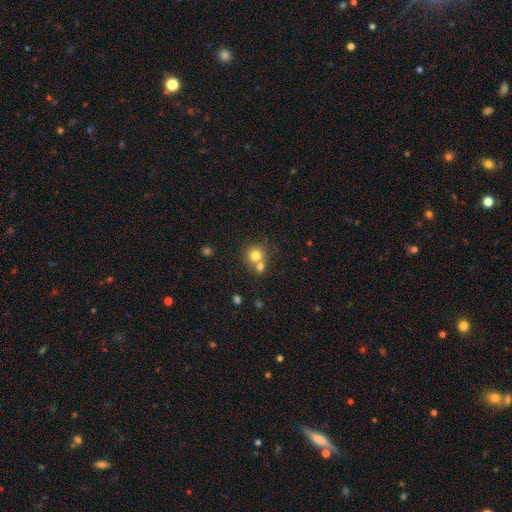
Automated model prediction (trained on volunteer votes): A smooth galaxy with no disk features (76%) that is round (86%).

Vote fractions:
- Smooth or featured? smooth: 76% / star or artifact: 12% / featured or disk: 12%
- How rounded? round: 86% / in between: 13% / cigar-shaped: 1%
- Merging? merger: 46% / none: 44% / minor disturbance: 7% / major disturbance: 3%